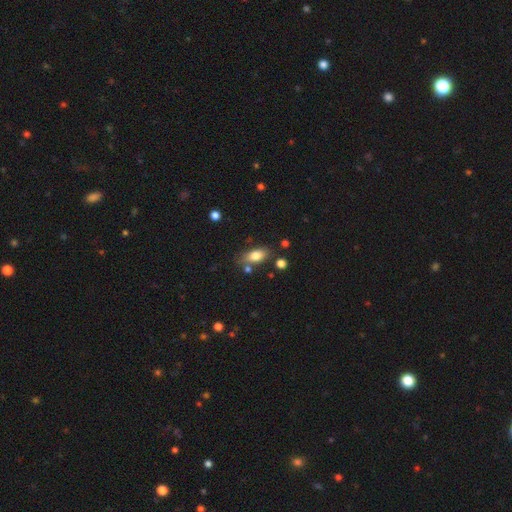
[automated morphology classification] A smooth galaxy with no disk features (78%) that is in between round and cigar-shaped (86%). Merging: none (73%).